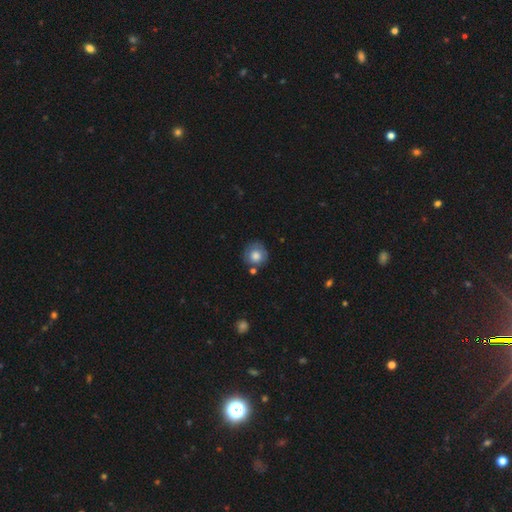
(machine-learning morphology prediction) This appears to be a smooth galaxy with no disk features (74%) that is round (91%). Merging: none (73%).